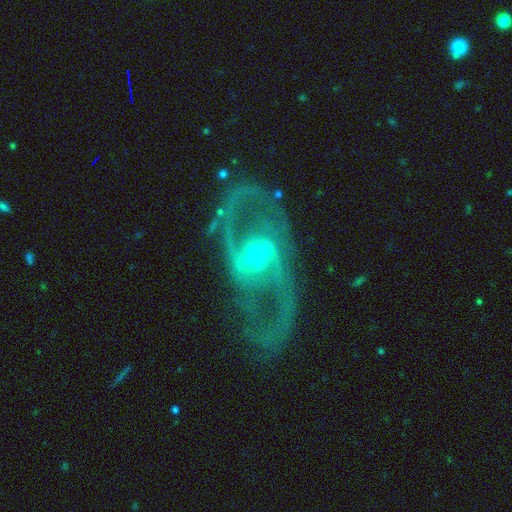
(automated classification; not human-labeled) Smooth or featured?
  - featured or disk: 90% *
  - star or artifact: 5%
  - smooth: 5%
Edge-on disk?
  - no: 96% *
  - yes: 4%
Bar?
  - weak: 44% *
  - strong: 30%
  - no: 26%
Spiral arms?
  - yes: 93% *
  - no: 7%
Spiral winding?
  - medium: 54% *
  - loose: 28%
  - tight: 18%
Spiral arm count?
  - 2: 85% *
  - can't tell: 6%
  - 3: 4%
  - 1: 3%
  - 4: 2%
  - more than 4: 2%
Bulge size?
  - small: 70% *
  - moderate: 26%
  - large: 2%
  - none: 2%
  - dominant: 1%
Merging?
  - none: 63% *
  - major disturbance: 17%
  - minor disturbance: 16%
  - merger: 3%